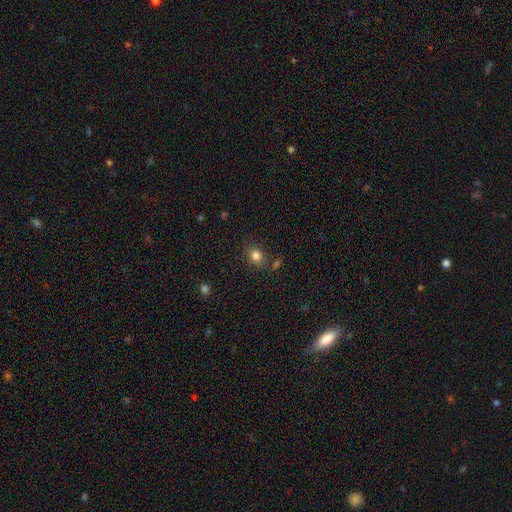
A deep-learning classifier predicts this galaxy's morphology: A smooth galaxy with no disk features (81%) that is round (59%).

Vote fractions:
- Smooth or featured? smooth: 81% / star or artifact: 12% / featured or disk: 7%
- How rounded? round: 59% / in between: 40% / cigar-shaped: 1%
- Merging? none: 77% / minor disturbance: 13% / merger: 6% / major disturbance: 4%